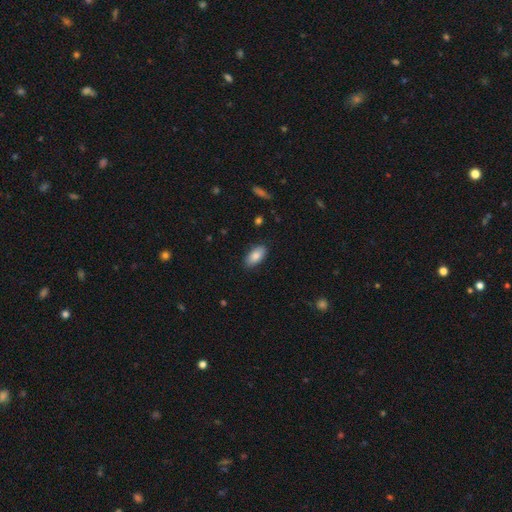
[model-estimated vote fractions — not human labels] Q: Smooth or featured?
A: smooth (85%); runner-up: featured or disk (9%)
Q: How rounded?
A: in between (91%); runner-up: cigar-shaped (7%)
Q: Merging?
A: none (86%); runner-up: minor disturbance (11%)